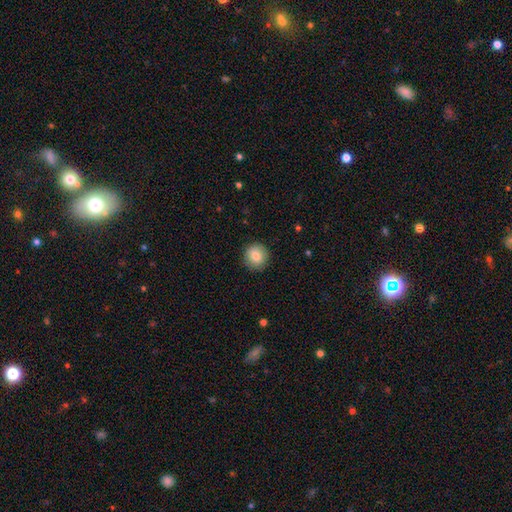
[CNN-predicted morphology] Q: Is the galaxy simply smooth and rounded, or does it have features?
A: smooth — 82%.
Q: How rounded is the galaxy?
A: round — 93%.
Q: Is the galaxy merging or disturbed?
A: none — 90%.